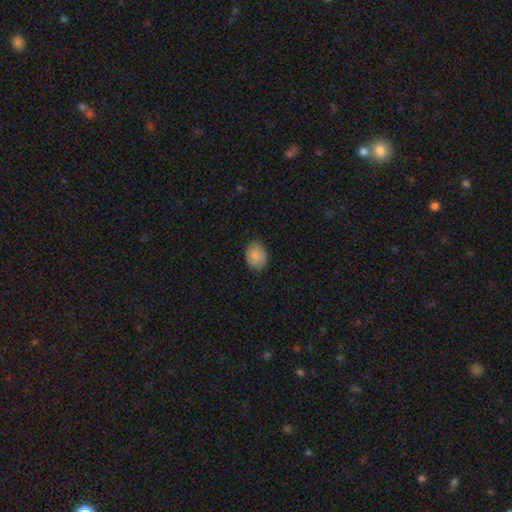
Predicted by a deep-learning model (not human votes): smooth_or_featured: smooth (p=0.85) [alt: featured or disk p=0.08]
how_rounded: in between (p=0.73) [alt: round p=0.26]
merging: none (p=0.80) [alt: minor disturbance p=0.16]